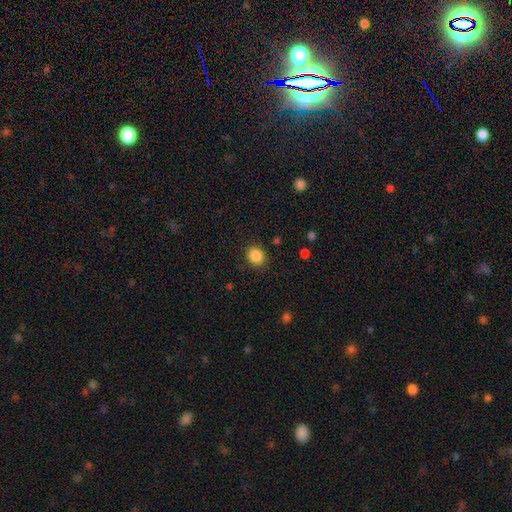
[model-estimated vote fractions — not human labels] A smooth galaxy with no disk features (87%) that is round (69%).

Vote fractions:
- Smooth or featured? smooth: 87% / star or artifact: 10% / featured or disk: 3%
- How rounded? round: 69% / in between: 30% / cigar-shaped: 1%
- Merging? none: 88% / minor disturbance: 8% / major disturbance: 3% / merger: 1%